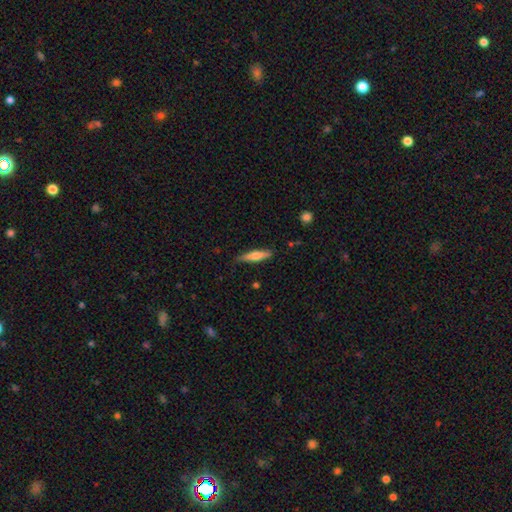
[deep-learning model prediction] Smooth or featured? smooth (57%)
How rounded? cigar-shaped (82%)
Merging? none (82%)